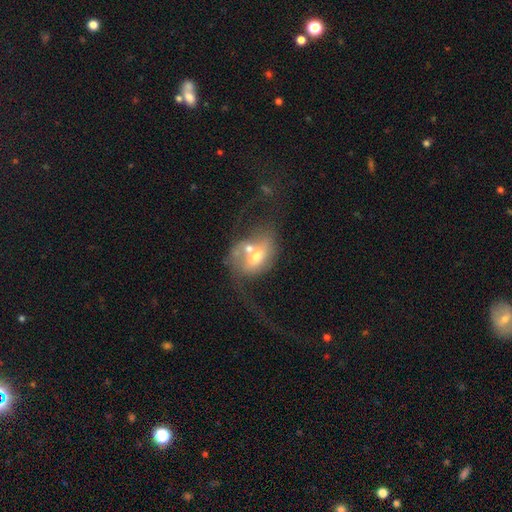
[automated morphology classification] Smooth or featured?
  - featured or disk: 52% *
  - smooth: 39%
  - star or artifact: 9%
Edge-on disk?
  - no: 95% *
  - yes: 5%
Merging?
  - merger: 51% *
  - major disturbance: 23%
  - none: 16%
  - minor disturbance: 9%